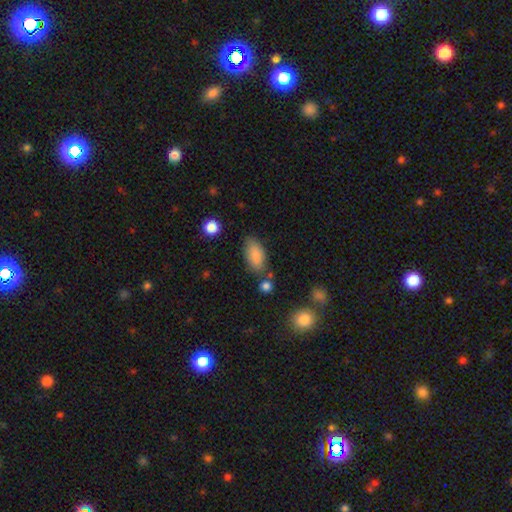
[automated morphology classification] A smooth galaxy with no disk features (86%) that is in between round and cigar-shaped (90%).

Vote fractions:
- Smooth or featured? smooth: 86% / star or artifact: 7% / featured or disk: 7%
- How rounded? in between: 90% / cigar-shaped: 6% / round: 3%
- Merging? none: 69% / minor disturbance: 18% / merger: 8% / major disturbance: 5%